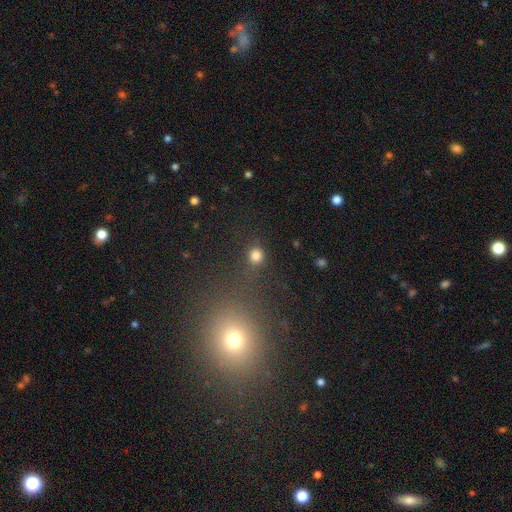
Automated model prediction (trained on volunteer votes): Smooth or featured: smooth — 81% (star or artifact — 15%)
How rounded: round — 90% (in between — 8%)
Merging: none — 82% (minor disturbance — 9%)